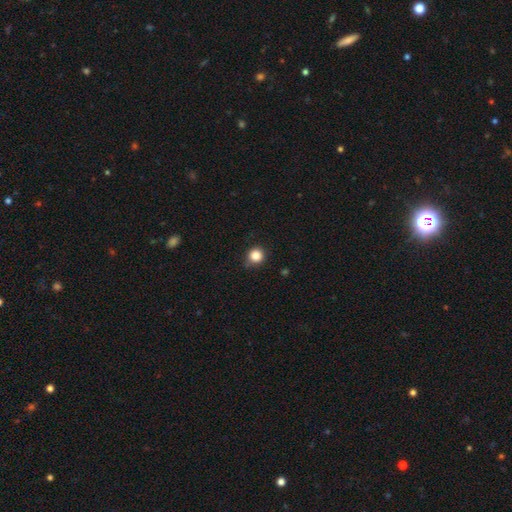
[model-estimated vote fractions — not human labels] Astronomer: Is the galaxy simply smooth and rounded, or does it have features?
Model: smooth — 85%.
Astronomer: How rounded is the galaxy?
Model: round — 92%.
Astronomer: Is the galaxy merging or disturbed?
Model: none — 84%.